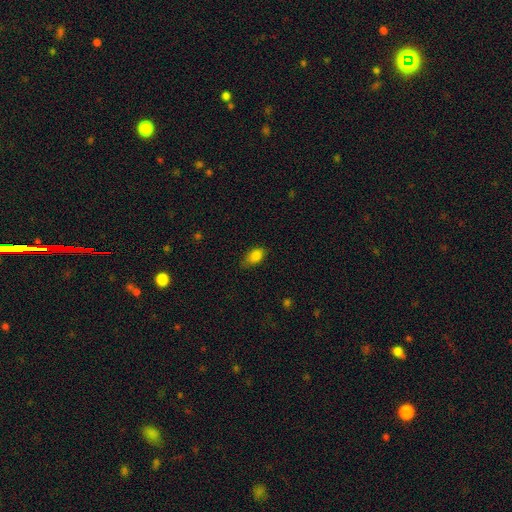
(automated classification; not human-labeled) This is clearly a smooth galaxy (84%). How rounded: clearly in between (86%). Merging: likely none (71%).